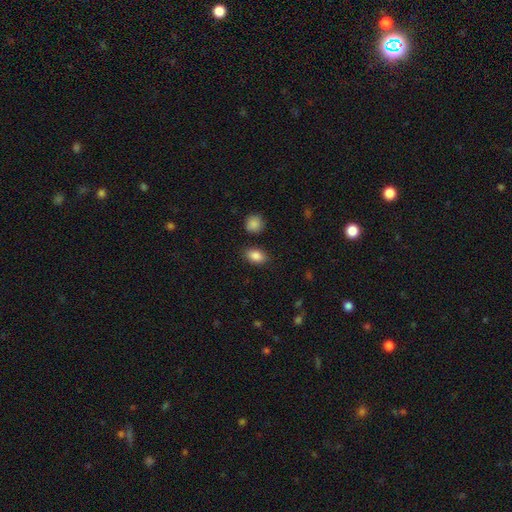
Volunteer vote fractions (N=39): Overall: smooth (87%). How rounded: in between (91%). Merging: none (95%).